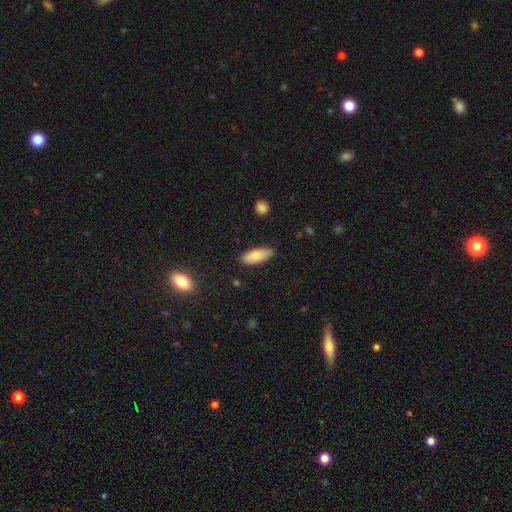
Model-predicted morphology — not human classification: type=smooth (84%); roundness=in between (76%); merging=none (83%).